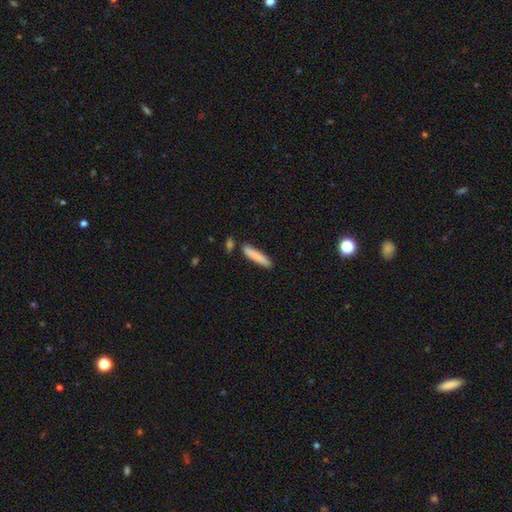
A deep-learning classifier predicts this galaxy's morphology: Smooth or featured? smooth (83%)
How rounded? cigar-shaped (87%)
Merging? none (81%)